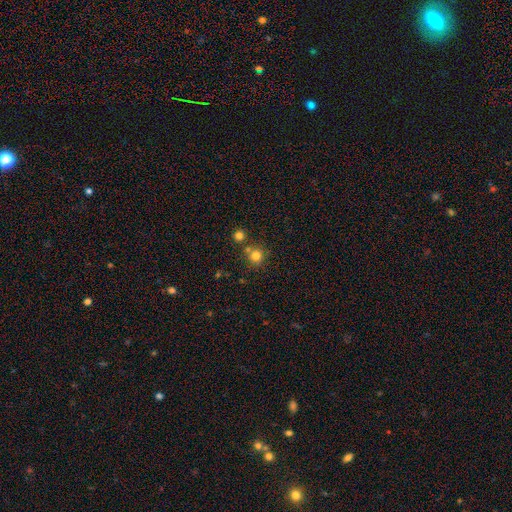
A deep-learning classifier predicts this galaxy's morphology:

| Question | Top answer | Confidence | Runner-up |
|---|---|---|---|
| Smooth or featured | smooth | 78% | star or artifact (15%) |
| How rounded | round | 90% | in between (9%) |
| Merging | none | 66% | merger (22%) |